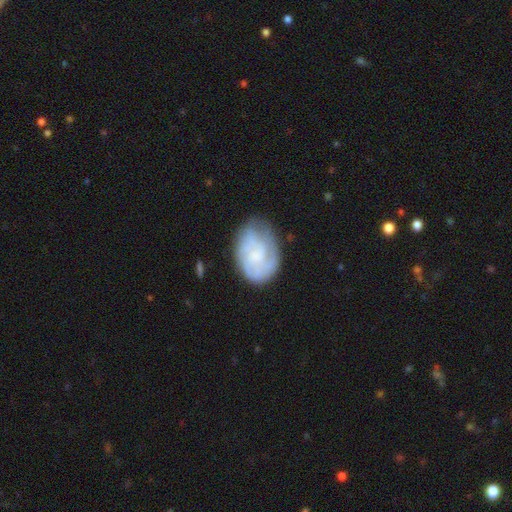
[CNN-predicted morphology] smooth-or-featured: featured or disk: 63% | smooth: 30% | star or artifact: 7%
  disk-edge-on: no: 98% | yes: 2%
    bar: no: 70% | weak: 26% | strong: 3%
    has-spiral-arms: yes: 84% | no: 16%
      spiral-winding: tight: 50% | medium: 35% | loose: 14%
      spiral-arm-count: can't tell: 42% | 3: 21% | 2: 18% | 4: 9% | 1: 6% | more than 4: 4%
    bulge-size: small: 44% | none: 30% | moderate: 21% | large: 3% | dominant: 1%
  merging: none: 63% | minor disturbance: 25% | major disturbance: 10% | merger: 2%